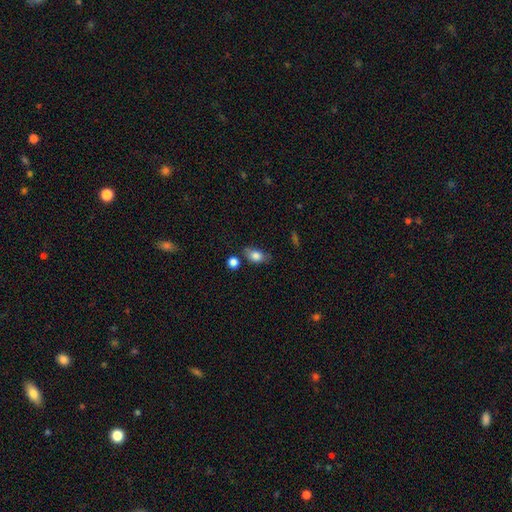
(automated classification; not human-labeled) smooth 80%, featured or disk 12%, star or artifact 9%. Down the decision tree: how rounded — in between (80%); merging — none (62%).